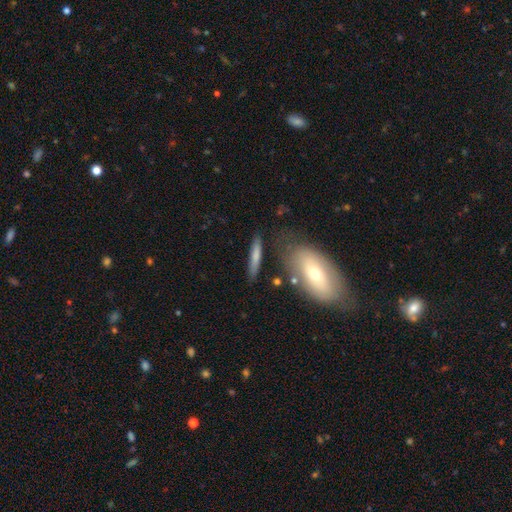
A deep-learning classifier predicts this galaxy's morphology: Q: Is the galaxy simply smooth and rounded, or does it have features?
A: smooth — 70%.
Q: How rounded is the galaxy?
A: cigar-shaped — 83%.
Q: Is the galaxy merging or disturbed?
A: none — 74%.